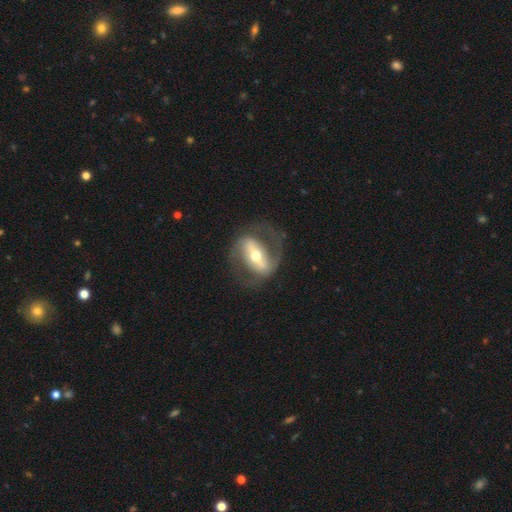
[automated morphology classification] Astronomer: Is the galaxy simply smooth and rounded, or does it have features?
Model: featured or disk — 79%.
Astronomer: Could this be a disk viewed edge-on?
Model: no — 87%.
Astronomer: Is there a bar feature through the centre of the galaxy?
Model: strong — 69%.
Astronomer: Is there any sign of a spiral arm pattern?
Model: yes — 70%.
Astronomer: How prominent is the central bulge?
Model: moderate — 63%.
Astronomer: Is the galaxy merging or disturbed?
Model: none — 67%.